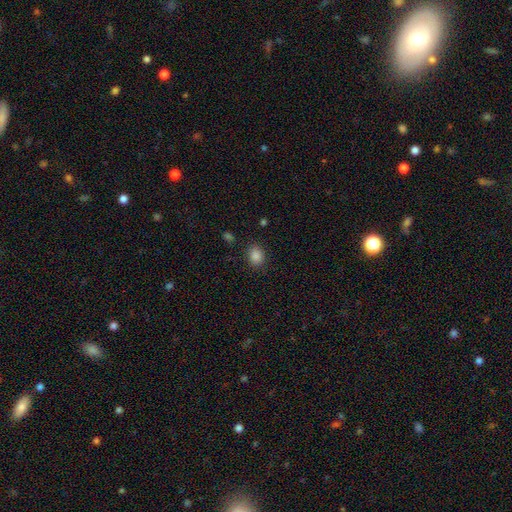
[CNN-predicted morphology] Smooth or featured? smooth (86%)
How rounded? in between (59%)
Merging? none (84%)